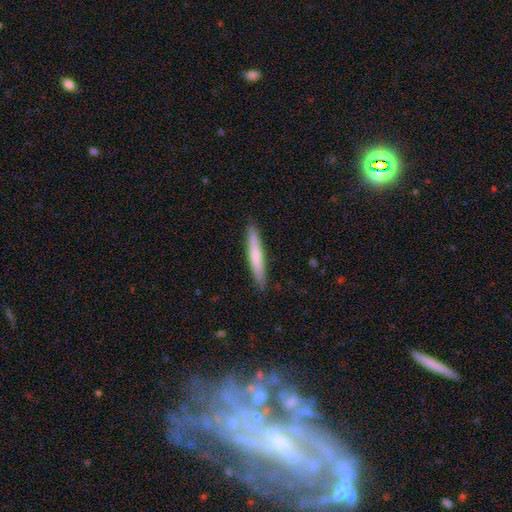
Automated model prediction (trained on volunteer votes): smooth_or_featured: smooth (p=0.65) [alt: featured or disk p=0.29]
how_rounded: cigar-shaped (p=0.95) [alt: in between p=0.04]
merging: none (p=0.89) [alt: minor disturbance p=0.08]